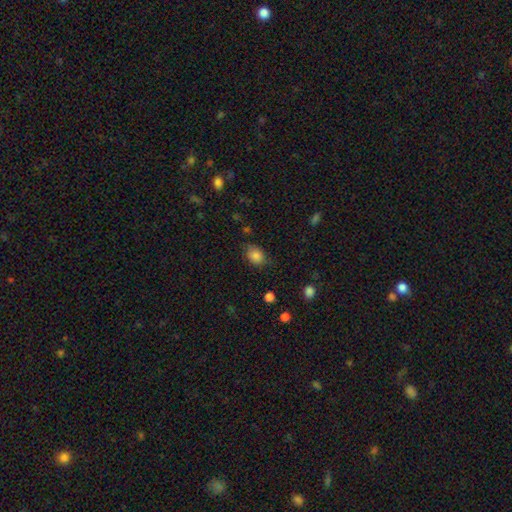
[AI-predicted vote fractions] smooth 84%, star or artifact 10%, featured or disk 6%. Down the decision tree: how rounded — in between (66%); merging — none (72%).